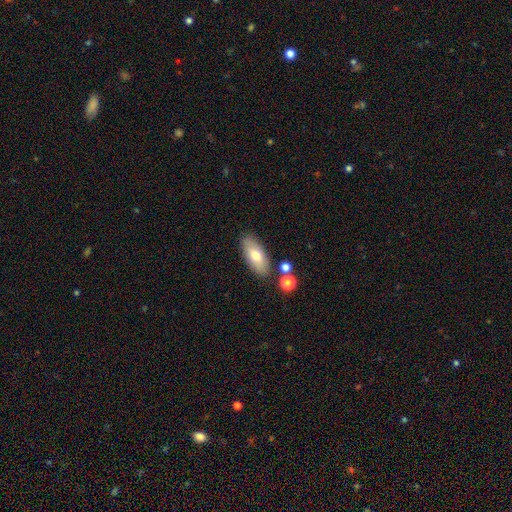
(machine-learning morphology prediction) Smooth or featured?
  - smooth: 71% *
  - featured or disk: 22%
  - star or artifact: 7%
How rounded?
  - in between: 84% *
  - cigar-shaped: 12%
  - round: 3%
Merging?
  - none: 81% *
  - minor disturbance: 11%
  - merger: 5%
  - major disturbance: 3%